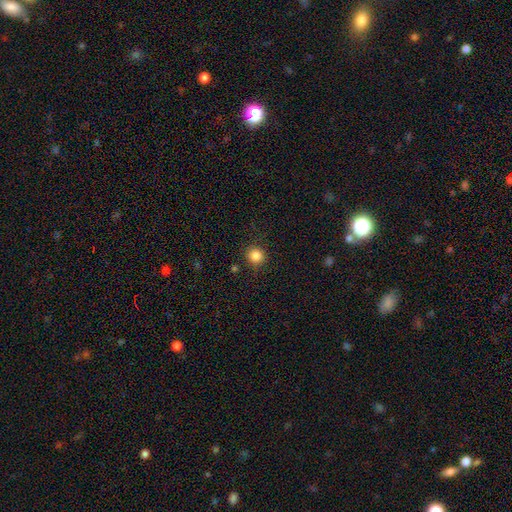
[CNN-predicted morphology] The model was most divided on "smooth or featured": smooth: 85%, star or artifact: 11%, featured or disk: 4%. More confident: how rounded — round (93%); merging — none (89%).